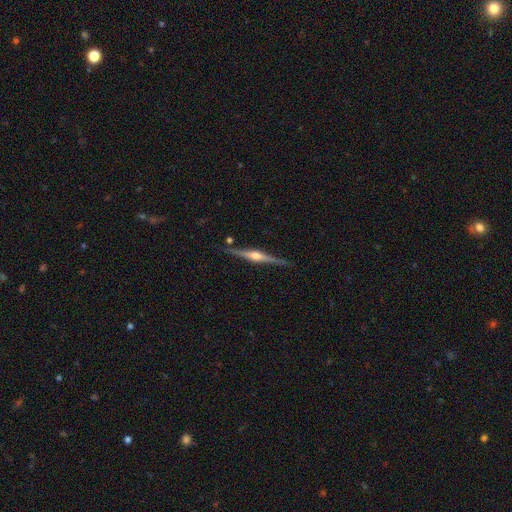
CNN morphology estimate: type=featured or disk (85%); edge-on=yes (98%); edge-on bulge=rounded (92%); merging=none (88%).